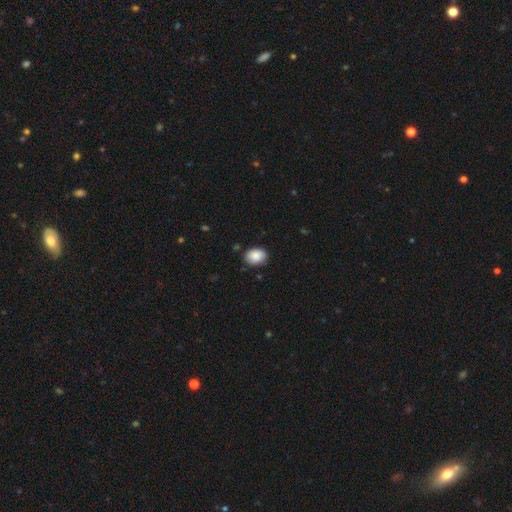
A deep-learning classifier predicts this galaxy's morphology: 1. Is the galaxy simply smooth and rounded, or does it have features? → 88% smooth, 7% star or artifact, 5% featured or disk.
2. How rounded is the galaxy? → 70% in between, 29% round, 1% cigar-shaped.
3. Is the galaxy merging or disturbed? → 84% none, 12% minor disturbance, 2% major disturbance, 1% merger.